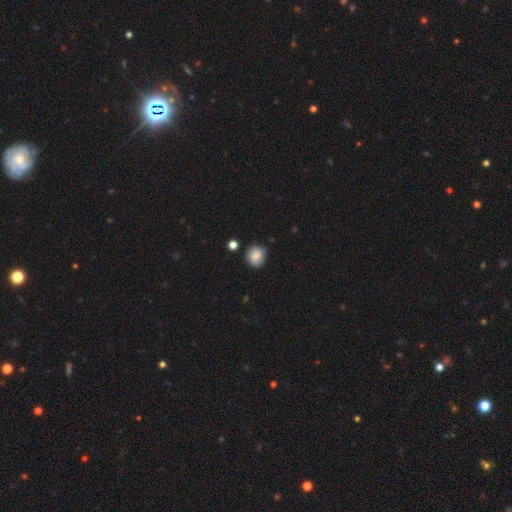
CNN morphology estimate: A smooth galaxy with no disk features (82%) that is round (76%).

Vote fractions:
- Smooth or featured? smooth: 82% / featured or disk: 9% / star or artifact: 9%
- How rounded? round: 76% / in between: 23% / cigar-shaped: 1%
- Merging? none: 72% / minor disturbance: 20% / major disturbance: 4% / merger: 4%